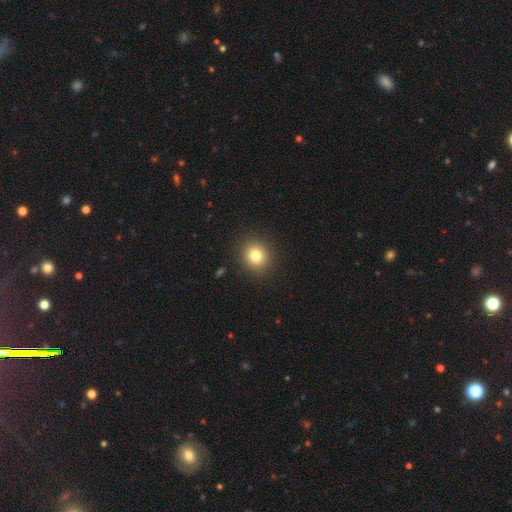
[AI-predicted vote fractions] Q: Smooth or featured?
A: smooth (80%); runner-up: star or artifact (12%)
Q: How rounded?
A: round (87%); runner-up: in between (12%)
Q: Merging?
A: none (91%); runner-up: minor disturbance (6%)